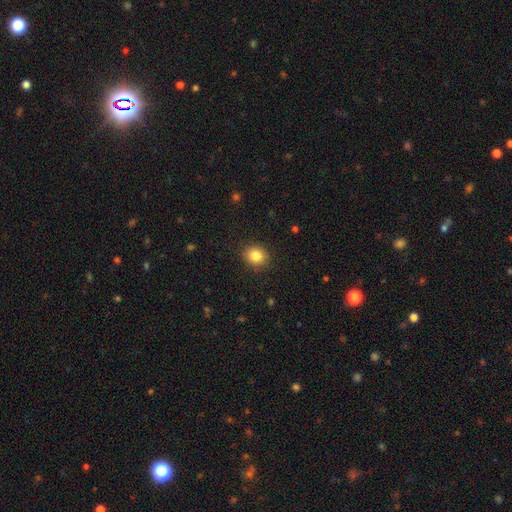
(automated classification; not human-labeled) Smooth or featured? Predicted: smooth (p=0.85). How rounded? Predicted: round (p=0.69). Merging? Predicted: none (p=0.89).